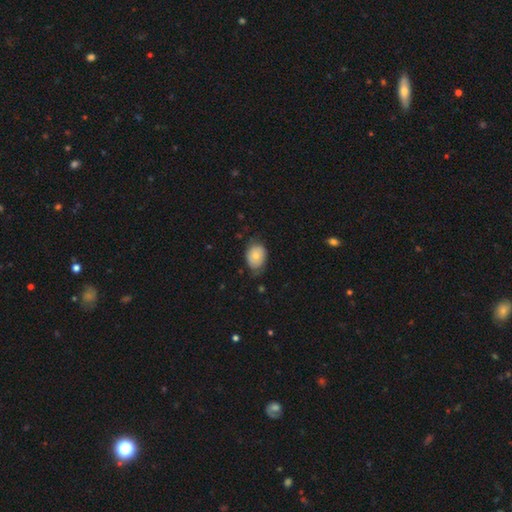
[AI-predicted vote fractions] smooth-or-featured: smooth: 71% | featured or disk: 21% | star or artifact: 8%
  how-rounded: in between: 67% | round: 32% | cigar-shaped: 1%
  merging: none: 62% | minor disturbance: 29% | major disturbance: 7% | merger: 1%